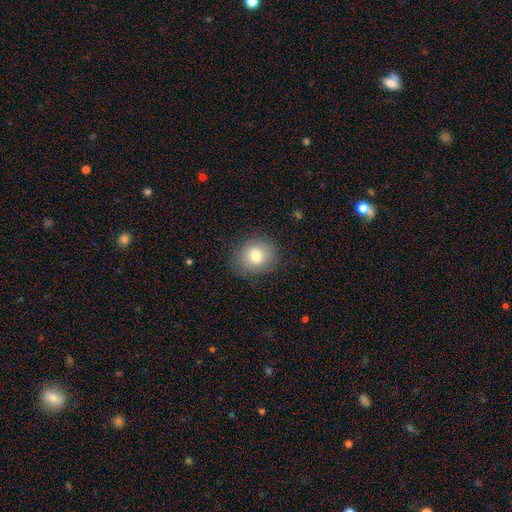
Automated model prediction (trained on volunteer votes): Smooth or featured?
  - smooth: 77% *
  - featured or disk: 13%
  - star or artifact: 10%
How rounded?
  - round: 73% *
  - in between: 26%
  - cigar-shaped: 1%
Merging?
  - none: 84% *
  - minor disturbance: 11%
  - major disturbance: 4%
  - merger: 1%